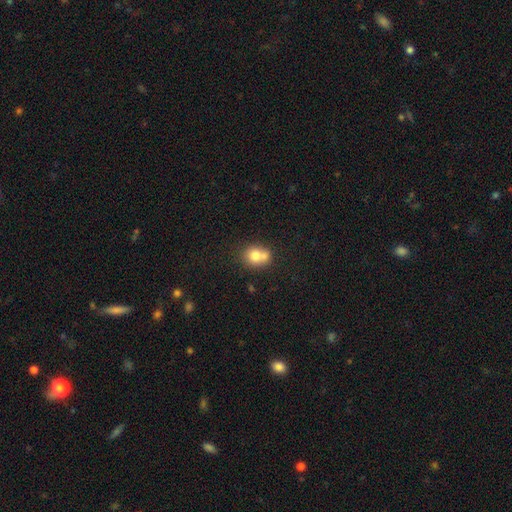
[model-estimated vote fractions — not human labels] Smooth or featured?
  - smooth: 73% *
  - featured or disk: 16%
  - star or artifact: 10%
How rounded?
  - round: 66% *
  - in between: 33%
  - cigar-shaped: 1%
Merging?
  - merger: 43% *
  - none: 40%
  - minor disturbance: 13%
  - major disturbance: 4%